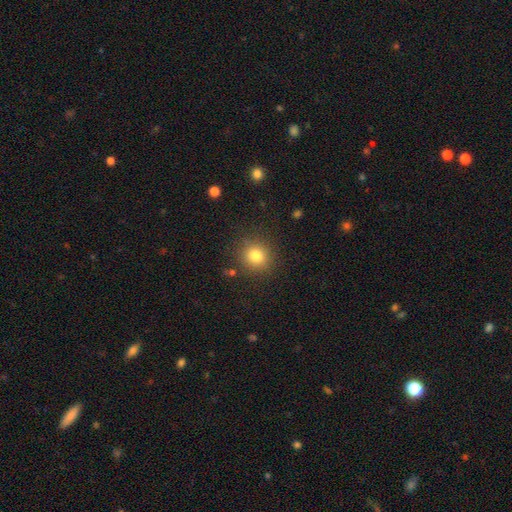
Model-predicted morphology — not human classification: Smooth or featured: smooth — 81% (star or artifact — 12%)
How rounded: round — 89% (in between — 11%)
Merging: none — 87% (minor disturbance — 8%)